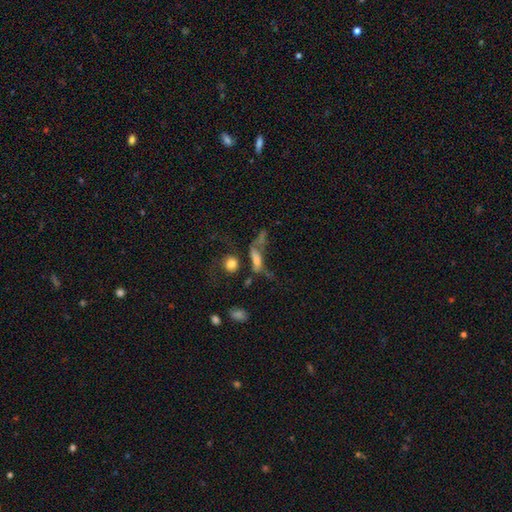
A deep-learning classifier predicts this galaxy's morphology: This appears to be a featured or disk galaxy (39%). Merging: major disturbance (36%).